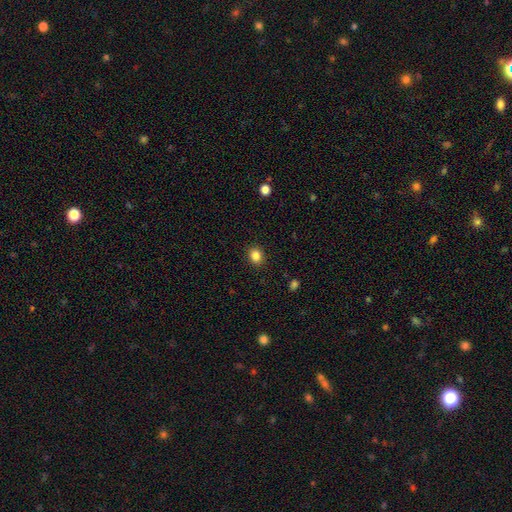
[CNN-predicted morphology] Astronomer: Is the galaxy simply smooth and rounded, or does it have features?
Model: smooth — 85%.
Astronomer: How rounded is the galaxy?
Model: round — 60% (runner-up: in between, 39%).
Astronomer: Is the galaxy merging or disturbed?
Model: none — 90%.